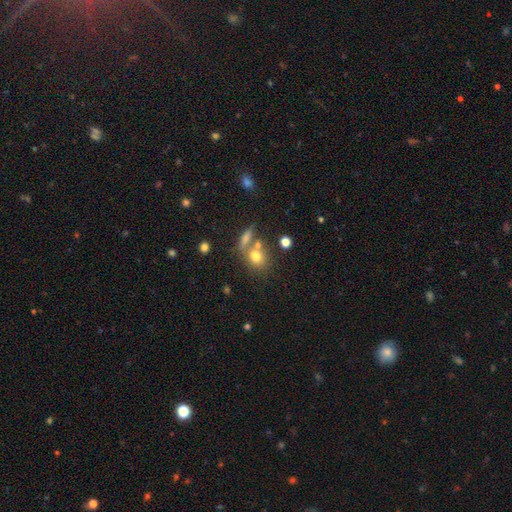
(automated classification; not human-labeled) smooth 74%, featured or disk 14%, star or artifact 12%. Down the decision tree: how rounded — round (63%); merging — none (48%).